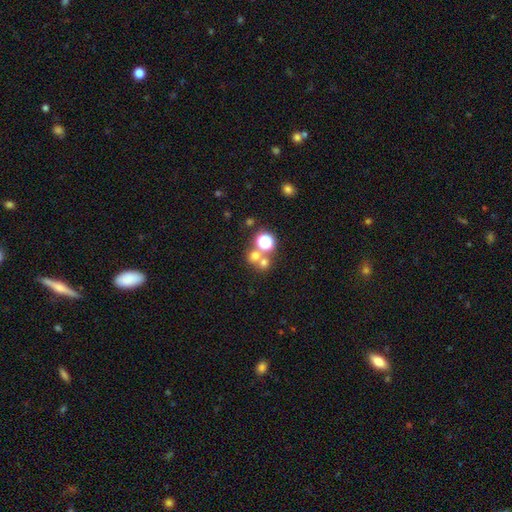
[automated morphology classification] smooth 61%, star or artifact 27%, featured or disk 12%. Down the decision tree: how rounded — round (86%); merging — none (52%).